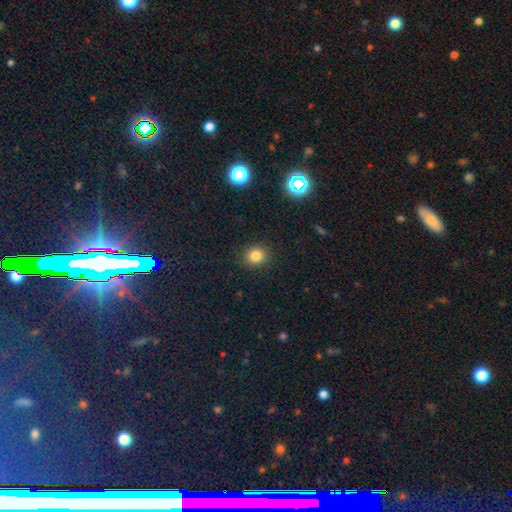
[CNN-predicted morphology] This is clearly a smooth galaxy (81%). How rounded: clearly round (82%). Merging: clearly none (89%).